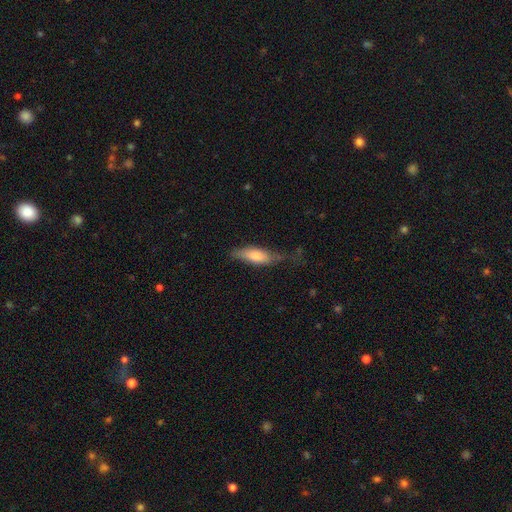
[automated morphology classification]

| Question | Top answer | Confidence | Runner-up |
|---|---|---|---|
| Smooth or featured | smooth | 68% | featured or disk (26%) |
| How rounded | in between | 50% | cigar-shaped (48%) |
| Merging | none | 49% | minor disturbance (32%) |